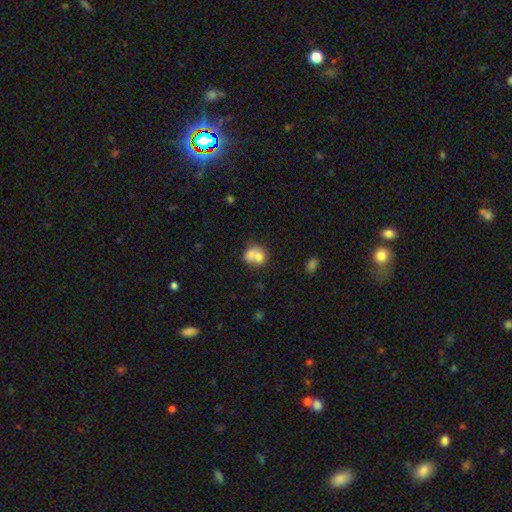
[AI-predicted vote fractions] A smooth galaxy with no disk features (69%) that is round (62%).

Vote fractions:
- Smooth or featured? smooth: 69% / featured or disk: 23% / star or artifact: 9%
- How rounded? round: 62% / in between: 37% / cigar-shaped: 1%
- Merging? merger: 62% / none: 25% / minor disturbance: 9% / major disturbance: 4%